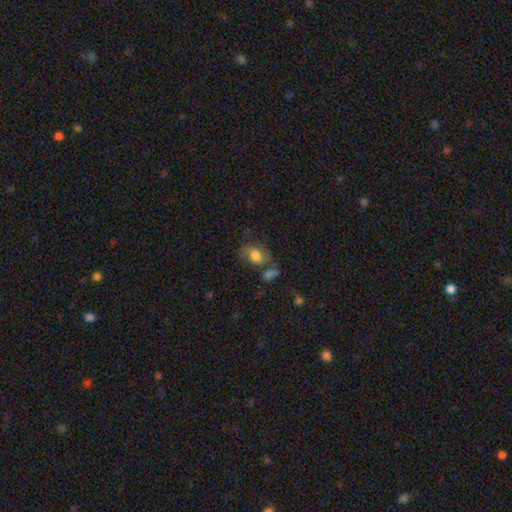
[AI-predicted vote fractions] This appears to be a smooth galaxy with no disk features (63%) that is in between round and cigar-shaped (74%). Merging: none (51%).